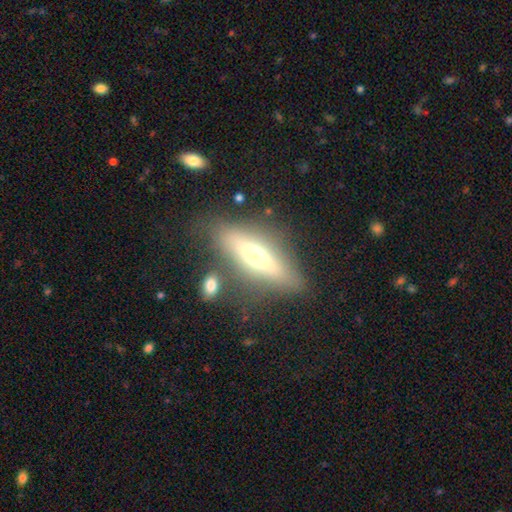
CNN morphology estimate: The model was most divided on "smooth or featured": featured or disk: 54%, smooth: 38%, star or artifact: 8%. More confident: edge-on disk — yes (82%); merging — none (76%).